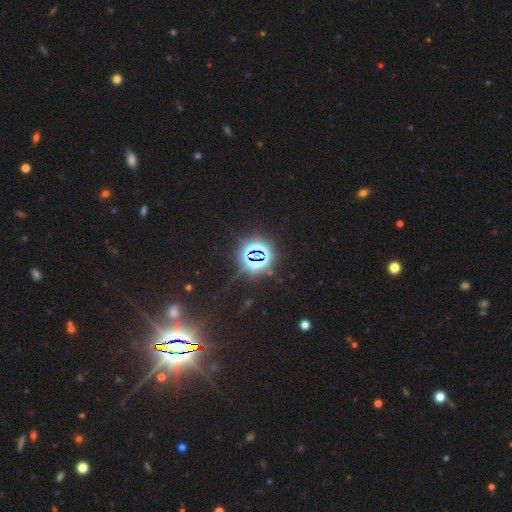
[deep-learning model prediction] star or artifact 81%, smooth 11%, featured or disk 7%.